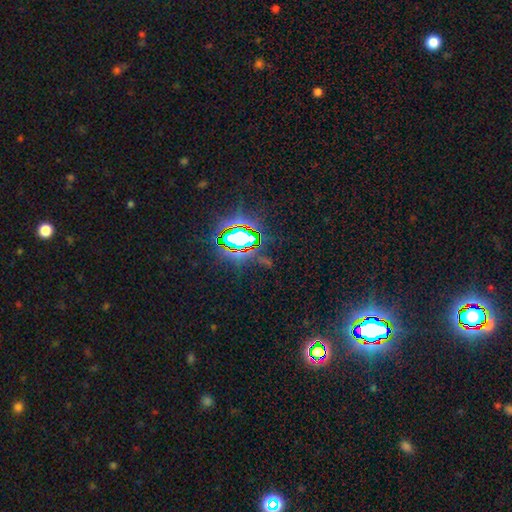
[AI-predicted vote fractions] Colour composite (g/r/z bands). It shows a star or artifact, not a galaxy (82%).